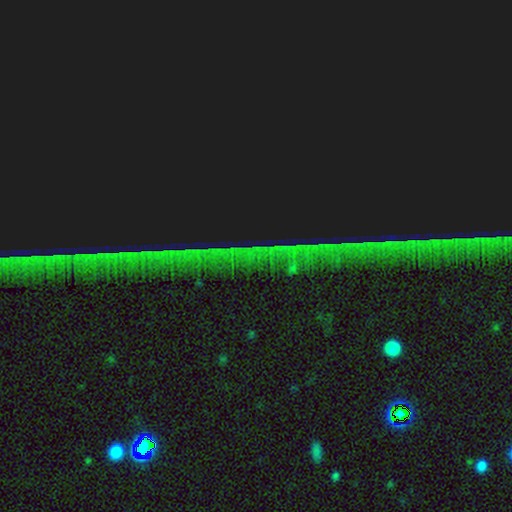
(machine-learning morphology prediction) Smooth or featured? Predicted: star or artifact (p=0.85).